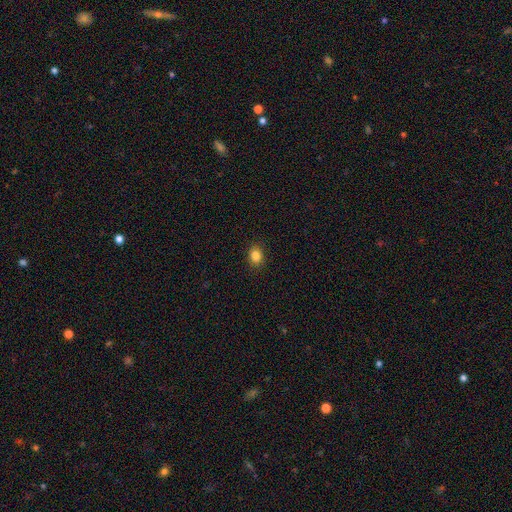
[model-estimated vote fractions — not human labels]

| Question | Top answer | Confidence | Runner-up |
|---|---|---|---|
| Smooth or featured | smooth | 84% | star or artifact (11%) |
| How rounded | in between | 53% | round (46%) |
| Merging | none | 89% | minor disturbance (8%) |